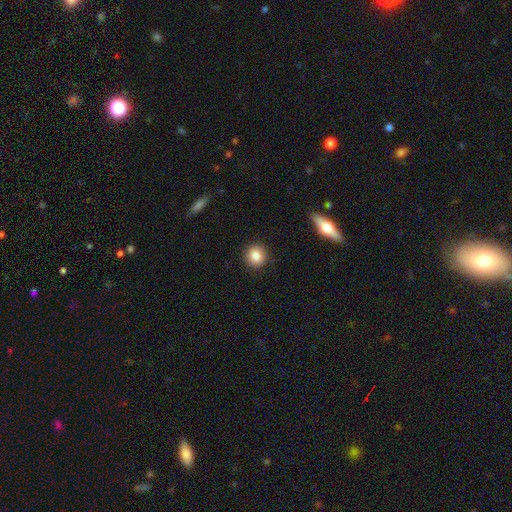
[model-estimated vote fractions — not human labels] Smooth or featured?
  - smooth: 86% *
  - star or artifact: 9%
  - featured or disk: 5%
How rounded?
  - round: 89% *
  - in between: 10%
  - cigar-shaped: 1%
Merging?
  - none: 90% *
  - minor disturbance: 7%
  - major disturbance: 2%
  - merger: 1%